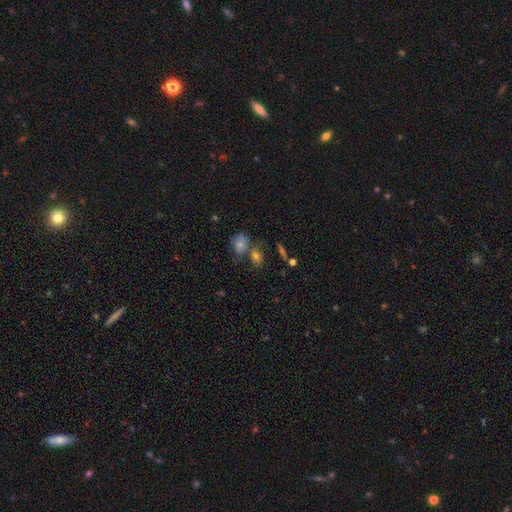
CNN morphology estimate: The model was most divided on "how rounded": in between: 55%, round: 38%, cigar-shaped: 7%. More confident: smooth or featured — smooth (62%); merging — none (57%).